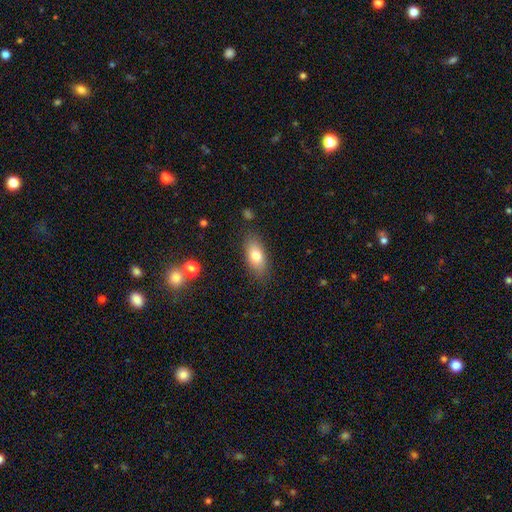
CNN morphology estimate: smooth_or_featured: smooth (p=0.78) [alt: featured or disk p=0.14]
how_rounded: in between (p=0.85) [alt: cigar-shaped p=0.10]
merging: none (p=0.82) [alt: minor disturbance p=0.12]